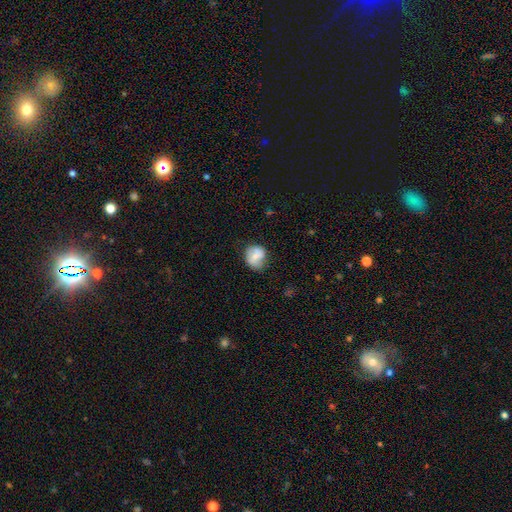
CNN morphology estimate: Smooth or featured? smooth (59%)
How rounded? round (67%)
Merging? none (61%)